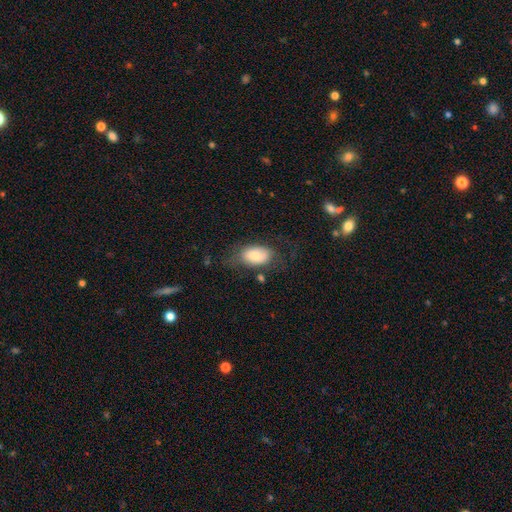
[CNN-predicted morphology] smooth-or-featured: smooth: 76% | featured or disk: 17% | star or artifact: 7%
  how-rounded: in between: 90% | round: 8% | cigar-shaped: 2%
  merging: none: 53% | minor disturbance: 25% | major disturbance: 18% | merger: 3%